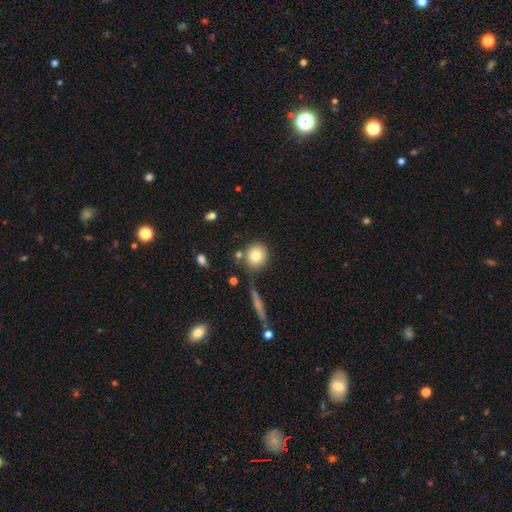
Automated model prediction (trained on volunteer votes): The model was most divided on "merging": none: 73%, minor disturbance: 12%, merger: 11%, major disturbance: 4%. More confident: how rounded — round (85%); smooth or featured — smooth (81%).